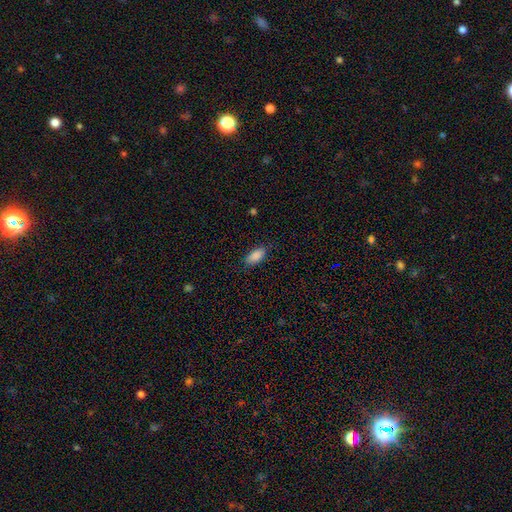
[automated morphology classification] A smooth galaxy with no disk features (89%) that is in between round and cigar-shaped (91%).

Vote fractions:
- Smooth or featured? smooth: 89% / star or artifact: 7% / featured or disk: 4%
- How rounded? in between: 91% / cigar-shaped: 7% / round: 2%
- Merging? none: 84% / minor disturbance: 12% / major disturbance: 3% / merger: 1%